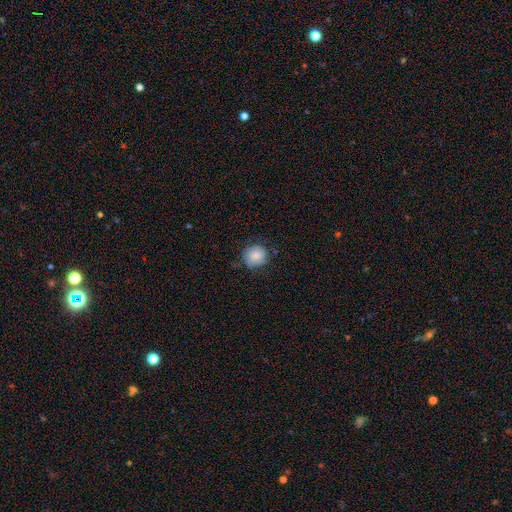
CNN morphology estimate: Smooth or featured? smooth (79%)
How rounded? round (87%)
Merging? none (71%)